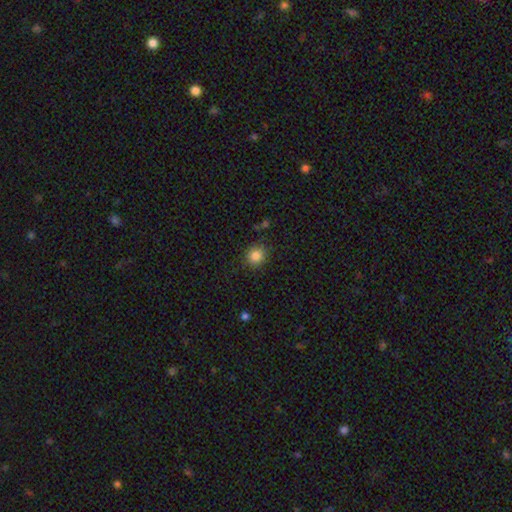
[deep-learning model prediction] This is clearly a smooth galaxy (84%). How rounded: clearly round (85%). Merging: clearly none (85%).